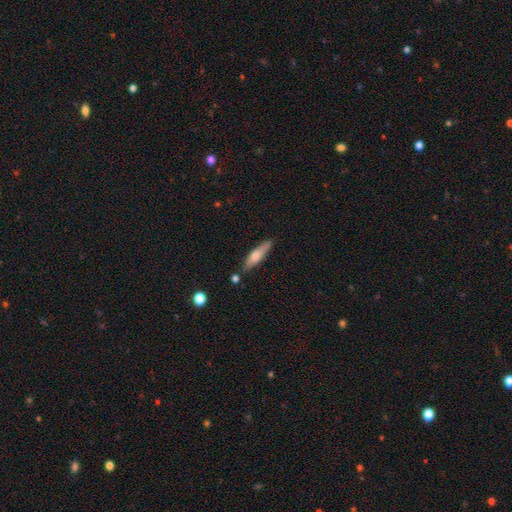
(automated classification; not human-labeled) smooth_or_featured: smooth (p=0.61) [alt: featured or disk p=0.33]
how_rounded: cigar-shaped (p=0.77) [alt: in between p=0.22]
merging: none (p=0.79) [alt: minor disturbance p=0.13]